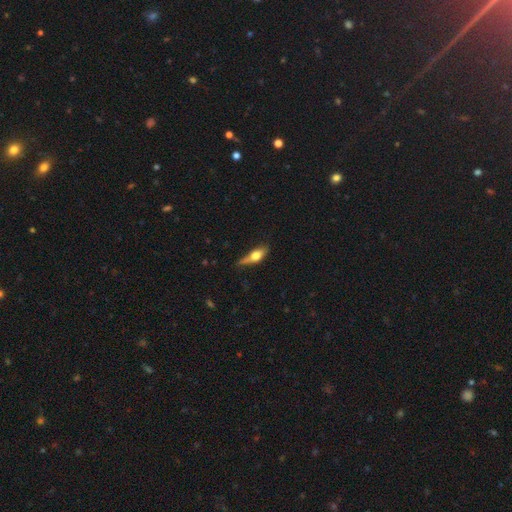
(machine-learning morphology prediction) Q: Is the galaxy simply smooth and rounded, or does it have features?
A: smooth — 58%.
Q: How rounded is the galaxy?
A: in between — 62%.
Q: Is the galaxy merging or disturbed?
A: none — 42%.